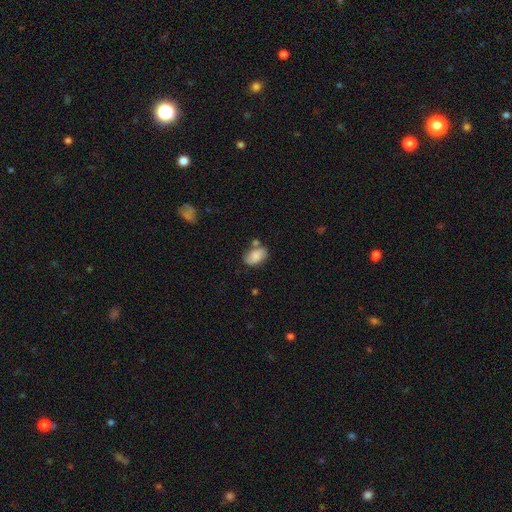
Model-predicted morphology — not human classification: A smooth galaxy with no disk features (76%) that is in between round and cigar-shaped (88%). Merging: none (55%).